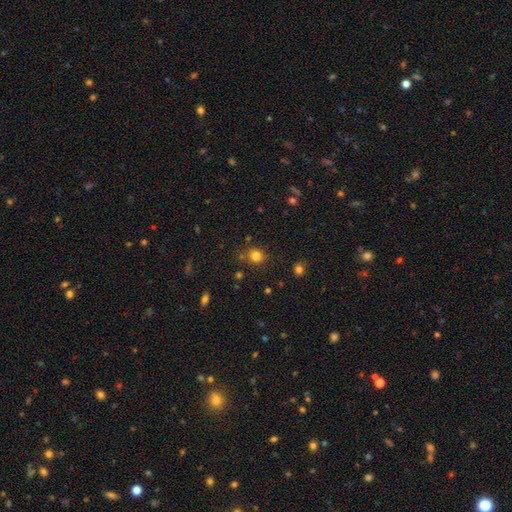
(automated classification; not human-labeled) This appears to be a smooth galaxy with no disk features (79%) that is round (78%). Merging: none (78%).